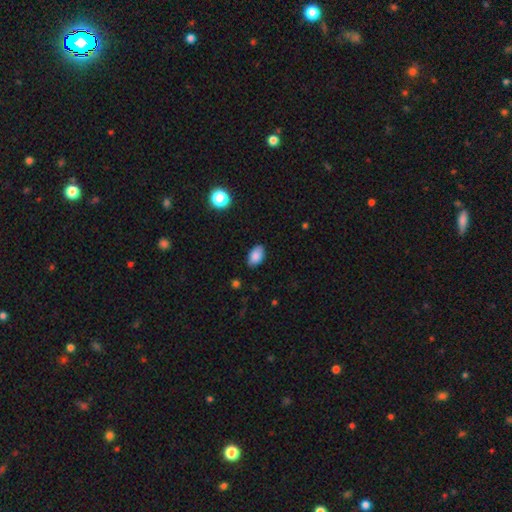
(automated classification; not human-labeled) Smooth or featured?
  - smooth: 86% *
  - star or artifact: 8%
  - featured or disk: 6%
How rounded?
  - in between: 92% *
  - round: 7%
  - cigar-shaped: 2%
Merging?
  - none: 84% *
  - minor disturbance: 12%
  - major disturbance: 2%
  - merger: 1%